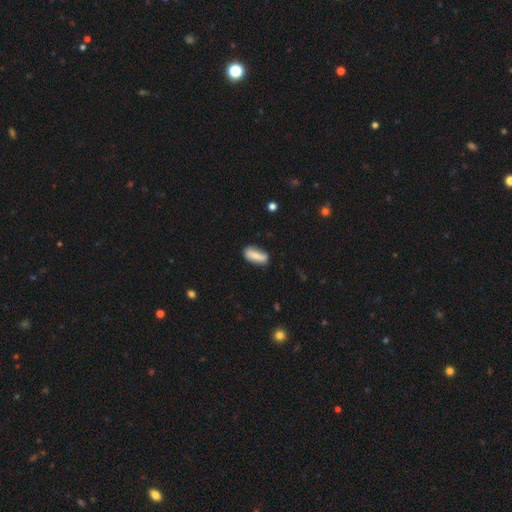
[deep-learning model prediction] A smooth galaxy with no disk features (67%) that is in between round and cigar-shaped (73%).

Vote fractions:
- Smooth or featured? smooth: 67% / featured or disk: 26% / star or artifact: 7%
- How rounded? in between: 73% / cigar-shaped: 24% / round: 4%
- Merging? none: 75% / minor disturbance: 19% / major disturbance: 4% / merger: 3%